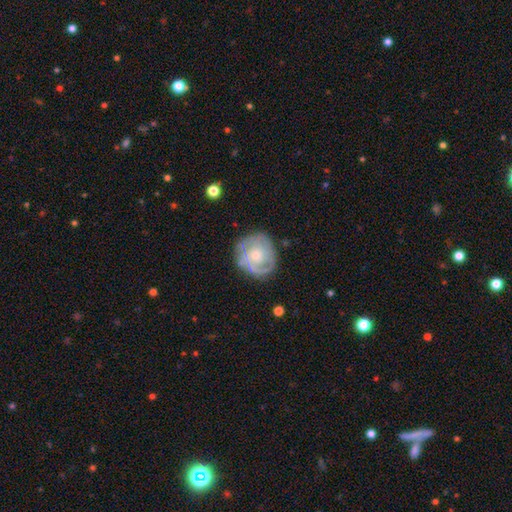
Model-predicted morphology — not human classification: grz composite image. It shows a featured or disk galaxy (71%) with no bar (80%), tight (64%) spiral arms (83%) and a small central bulge (58%). Merging: none (74%).